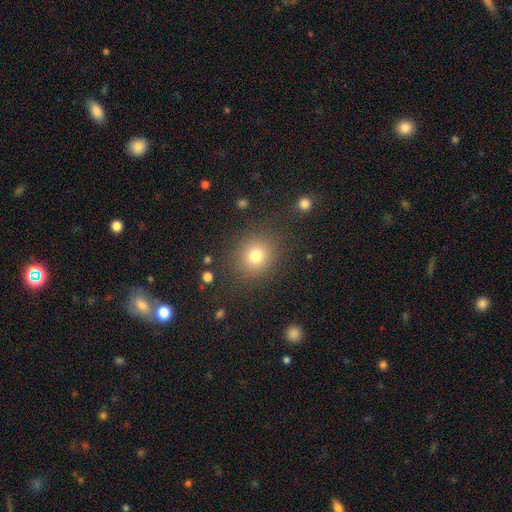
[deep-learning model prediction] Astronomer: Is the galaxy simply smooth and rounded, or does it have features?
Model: smooth — 78%.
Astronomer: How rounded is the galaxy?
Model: round — 79%.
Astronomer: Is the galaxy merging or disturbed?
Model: none — 85%.